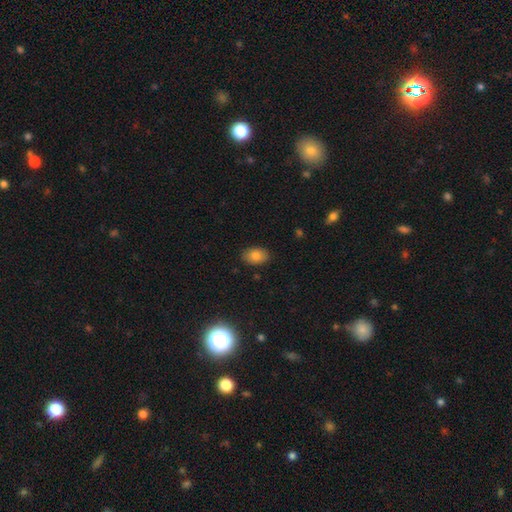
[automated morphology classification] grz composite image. It shows a smooth galaxy with no disk features (81%) that is in between round and cigar-shaped (86%). Merging: none (87%).